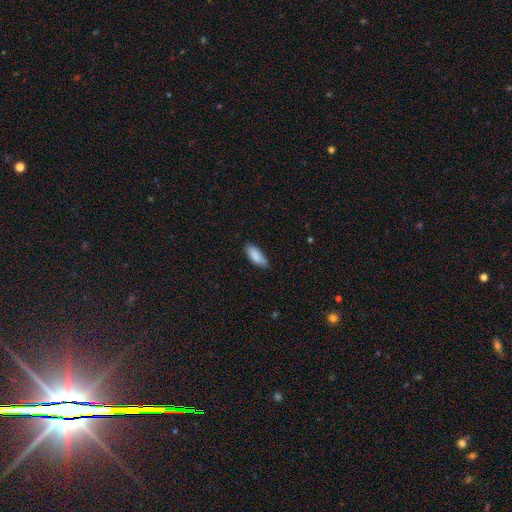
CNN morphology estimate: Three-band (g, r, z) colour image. It shows a smooth galaxy with no disk features (89%) that is in between round and cigar-shaped (76%). Merging: none (80%).